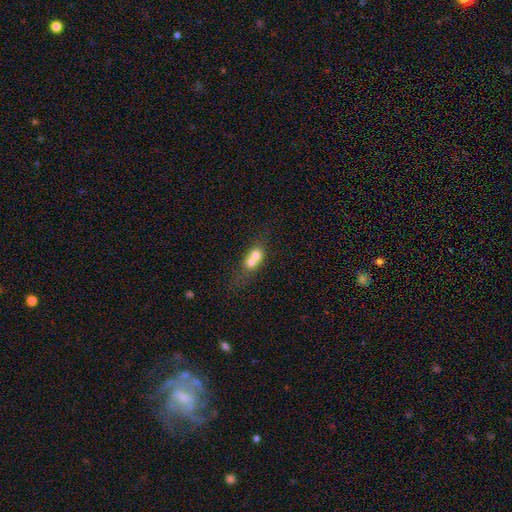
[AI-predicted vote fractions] A smooth galaxy with no disk features (63%) that is round (52%). Merging: merger (71%).